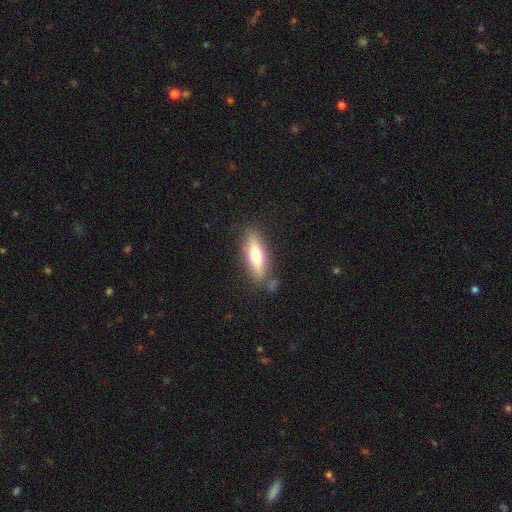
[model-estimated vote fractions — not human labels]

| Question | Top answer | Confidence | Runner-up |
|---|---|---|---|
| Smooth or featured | smooth | 60% | featured or disk (34%) |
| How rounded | cigar-shaped | 53% | in between (45%) |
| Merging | none | 77% | minor disturbance (13%) |